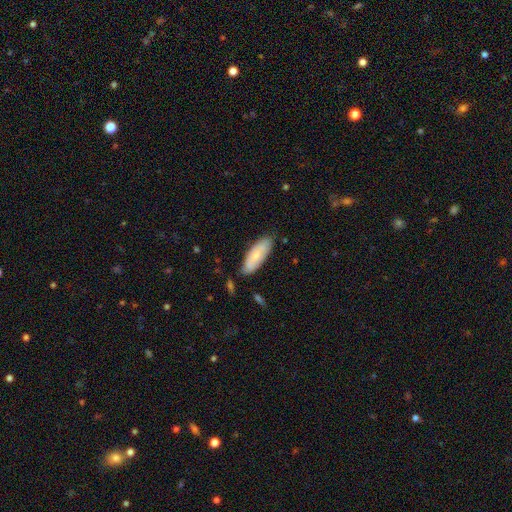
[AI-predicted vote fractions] smooth_or_featured: smooth (p=0.71) [alt: featured or disk p=0.24]
how_rounded: in between (p=0.71) [alt: cigar-shaped p=0.28]
merging: none (p=0.76) [alt: minor disturbance p=0.18]